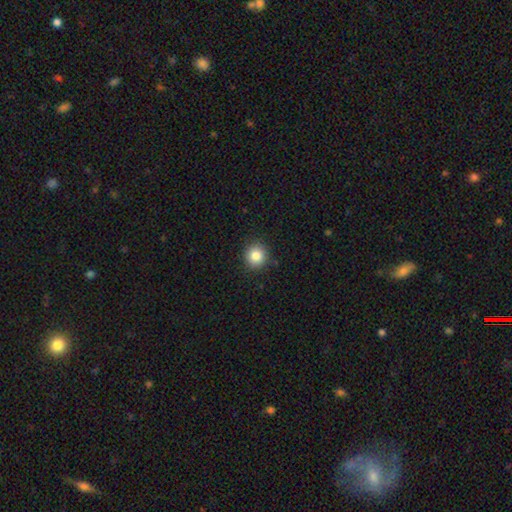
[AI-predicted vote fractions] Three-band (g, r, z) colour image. It shows a smooth galaxy with no disk features (84%) that is round (91%). Merging: none (90%).